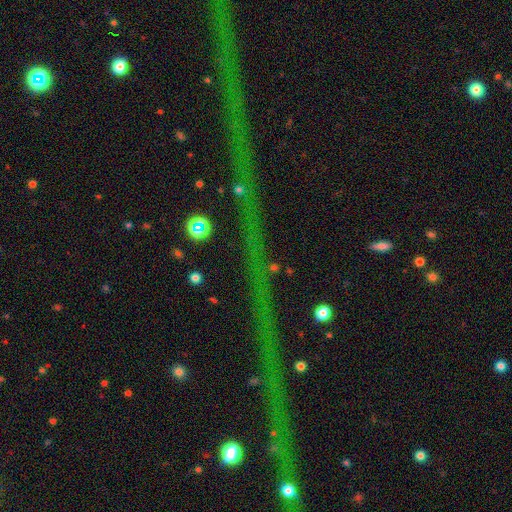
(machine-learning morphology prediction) Smooth or featured?
  - star or artifact: 69% *
  - featured or disk: 19%
  - smooth: 12%